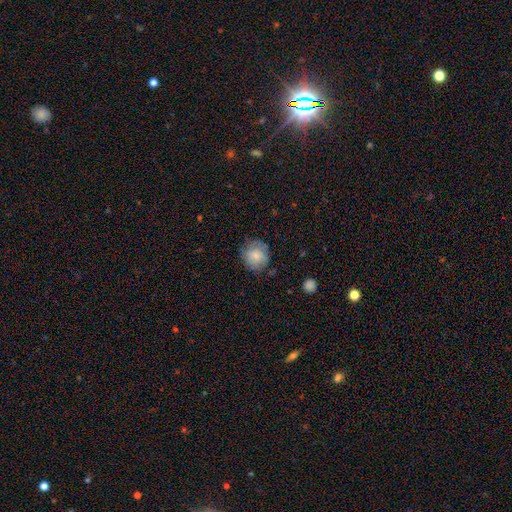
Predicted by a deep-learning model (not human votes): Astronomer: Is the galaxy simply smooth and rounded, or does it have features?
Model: smooth — 69%.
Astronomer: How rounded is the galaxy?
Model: round — 87%.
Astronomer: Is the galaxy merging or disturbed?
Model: none — 73%.